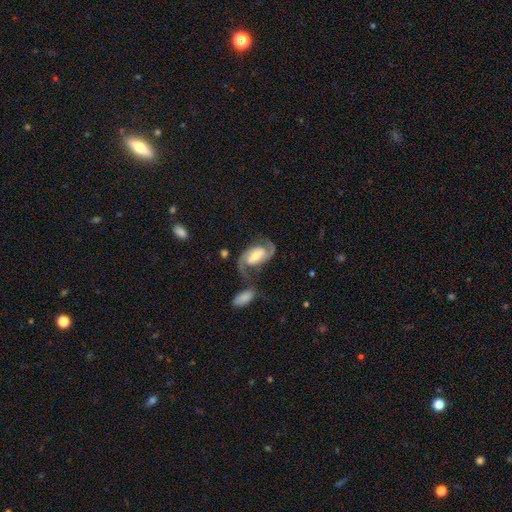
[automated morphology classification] type=featured or disk (87%); edge-on=no (97%); bar=weak (42%); spiral arms=yes (97%); winding=medium (56%); arm count=2 (93%); bulge=moderate (57%); merging=none (65%).